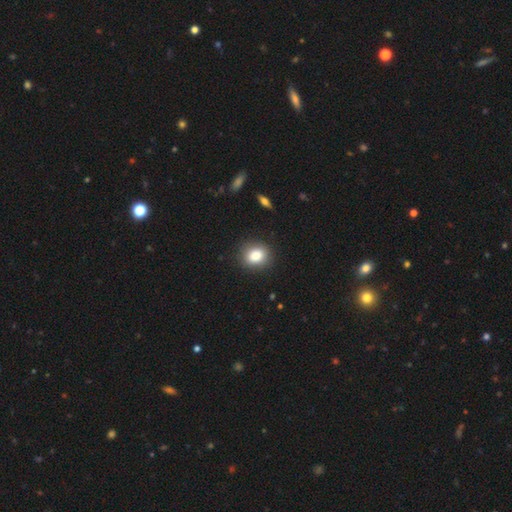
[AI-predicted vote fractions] Q: Smooth or featured?
A: smooth (85%); runner-up: star or artifact (9%)
Q: How rounded?
A: round (60%); runner-up: in between (39%)
Q: Merging?
A: none (85%); runner-up: minor disturbance (10%)